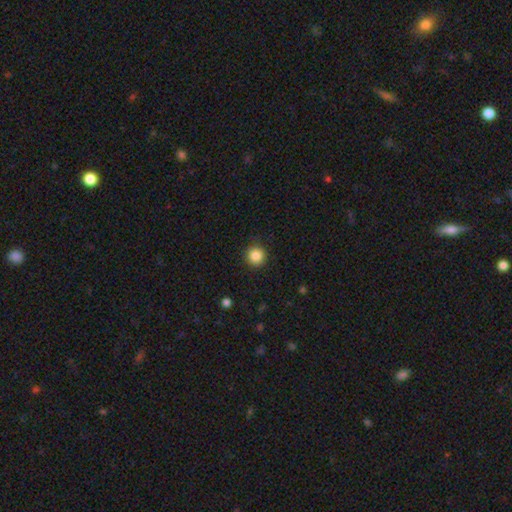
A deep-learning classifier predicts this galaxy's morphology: smooth-or-featured: smooth: 86% | star or artifact: 10% | featured or disk: 4%
  how-rounded: round: 94% | in between: 5% | cigar-shaped: 1%
  merging: none: 91% | minor disturbance: 6% | major disturbance: 2% | merger: 1%